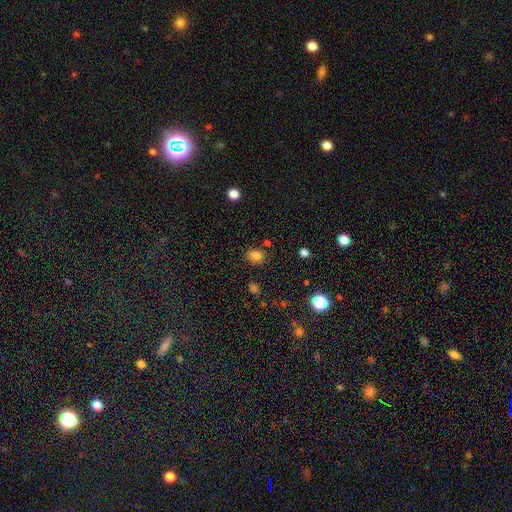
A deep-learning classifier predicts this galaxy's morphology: type=smooth (82%); roundness=round (58%); merging=none (79%).